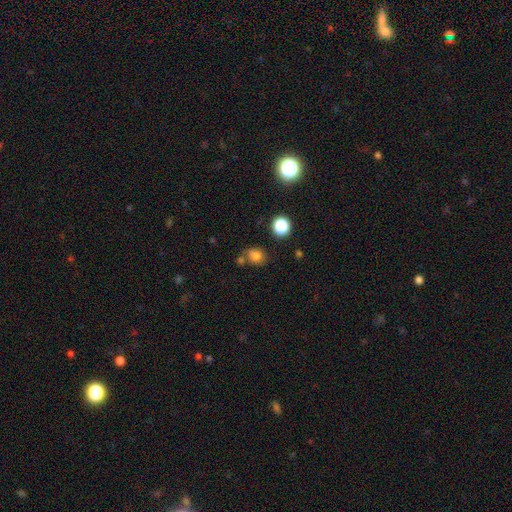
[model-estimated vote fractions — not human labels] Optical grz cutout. It shows a smooth galaxy with no disk features (77%) that is round (63%). Merging: none (58%).